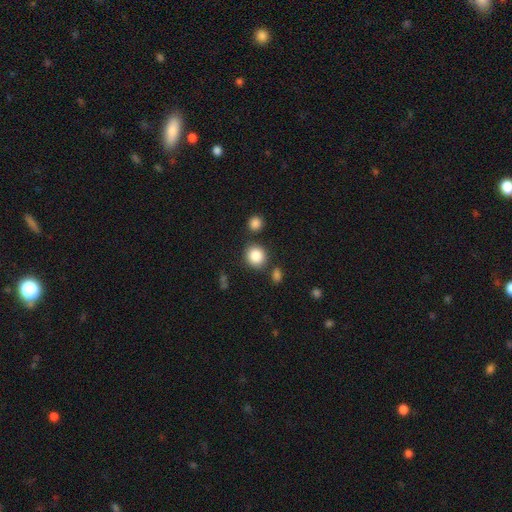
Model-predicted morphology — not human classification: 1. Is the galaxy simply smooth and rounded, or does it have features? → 86% smooth, 9% star or artifact, 5% featured or disk.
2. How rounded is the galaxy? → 82% round, 17% in between, 1% cigar-shaped.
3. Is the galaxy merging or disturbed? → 78% none, 10% minor disturbance, 9% merger, 3% major disturbance.